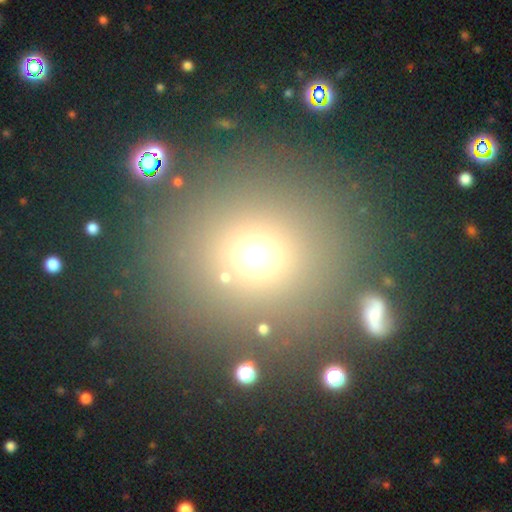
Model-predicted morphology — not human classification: Overall: smooth (68%). How rounded: round (81%). Merging: none (77%).